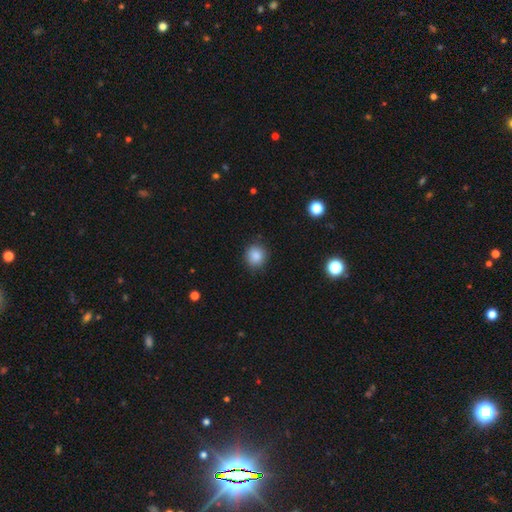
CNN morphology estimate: Overall: smooth (87%). How rounded: round (85%). Merging: none (87%).